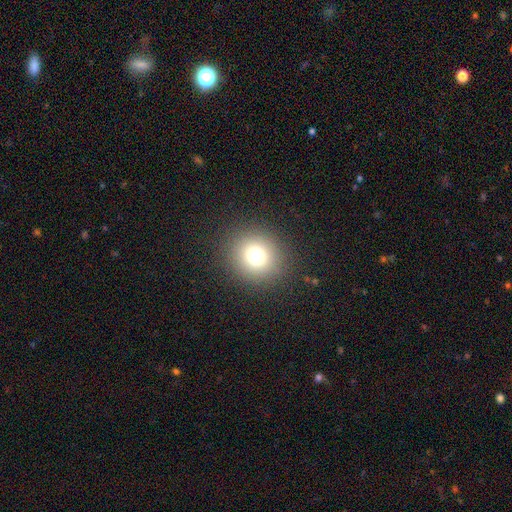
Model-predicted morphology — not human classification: type=smooth (75%); roundness=round (90%); merging=none (90%).